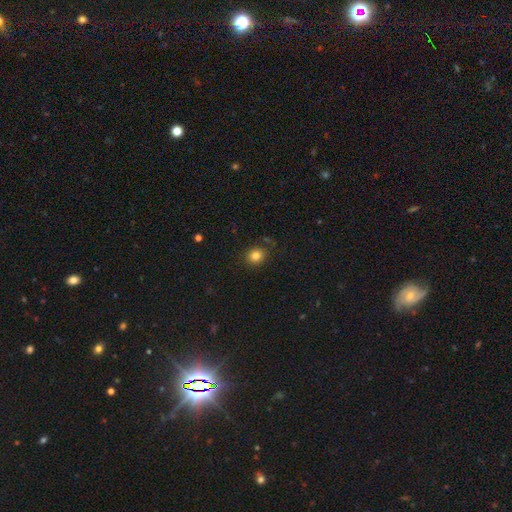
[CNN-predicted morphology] This appears to be a smooth galaxy with no disk features (82%) that is round (81%). Merging: none (85%).